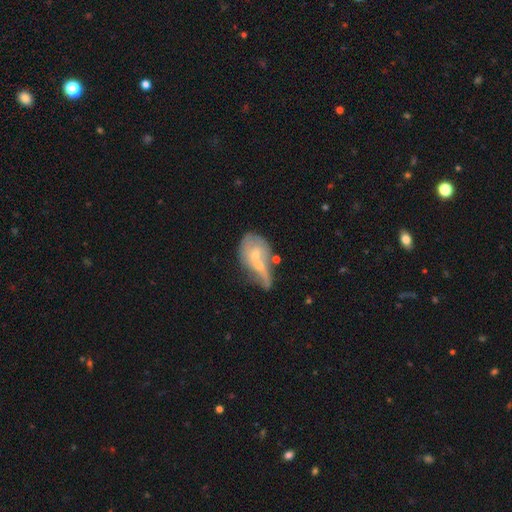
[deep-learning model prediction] smooth_or_featured: featured or disk (p=0.54) [alt: smooth p=0.37]
disk_edge_on: no (p=0.90) [alt: yes p=0.10]
merging: merger (p=0.45) [alt: major disturbance p=0.20]